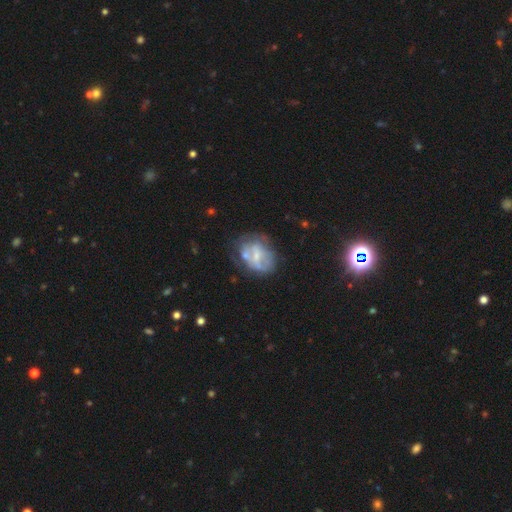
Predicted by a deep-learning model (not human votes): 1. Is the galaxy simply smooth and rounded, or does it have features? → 59% featured or disk, 31% smooth, 10% star or artifact.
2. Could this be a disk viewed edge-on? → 97% no, 3% yes.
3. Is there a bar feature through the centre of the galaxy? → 58% no, 31% weak, 11% strong.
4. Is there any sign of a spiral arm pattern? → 73% no, 27% yes.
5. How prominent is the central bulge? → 47% small, 29% moderate, 20% none, 3% large, 1% dominant.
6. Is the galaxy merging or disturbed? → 41% none, 24% minor disturbance, 20% major disturbance, 15% merger.